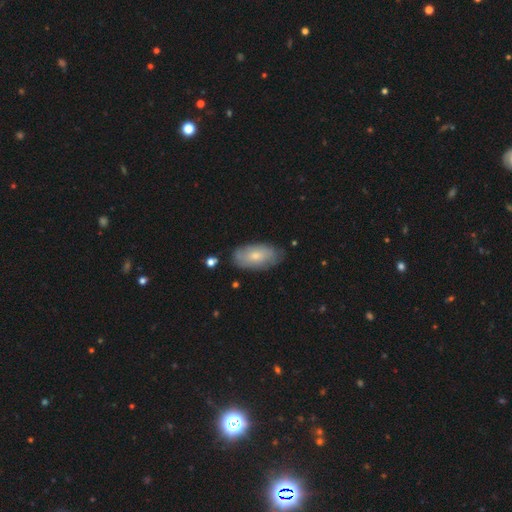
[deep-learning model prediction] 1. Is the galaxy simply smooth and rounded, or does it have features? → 65% smooth, 29% featured or disk, 6% star or artifact.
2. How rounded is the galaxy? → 93% in between, 4% cigar-shaped, 3% round.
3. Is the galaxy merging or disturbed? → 76% none, 19% minor disturbance, 4% major disturbance, 2% merger.